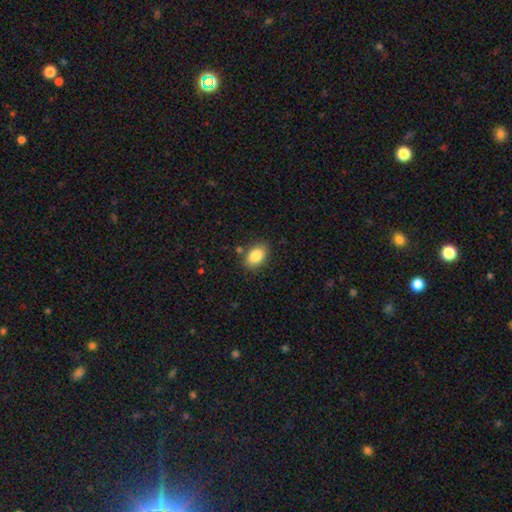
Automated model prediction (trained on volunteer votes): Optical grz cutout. It shows a smooth galaxy with no disk features (85%) that is in between round and cigar-shaped (84%). Merging: none (82%).